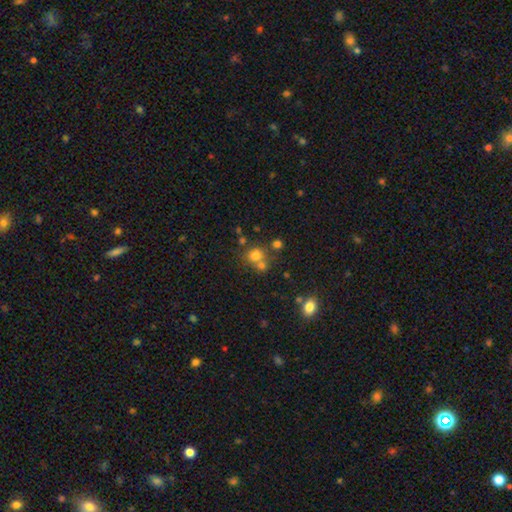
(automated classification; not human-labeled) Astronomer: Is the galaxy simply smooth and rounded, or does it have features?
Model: smooth — 71%.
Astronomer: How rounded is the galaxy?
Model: round — 81%.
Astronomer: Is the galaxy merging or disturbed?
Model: none — 53% (runner-up: merger, 35%).